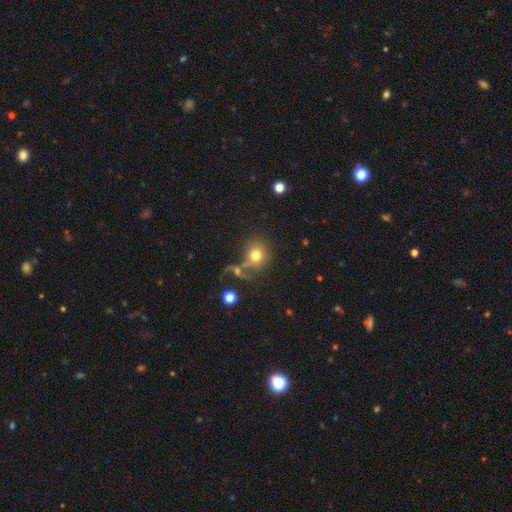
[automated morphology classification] Overall: smooth (73%). How rounded: round (75%). Merging: none (50%; merger 26%).